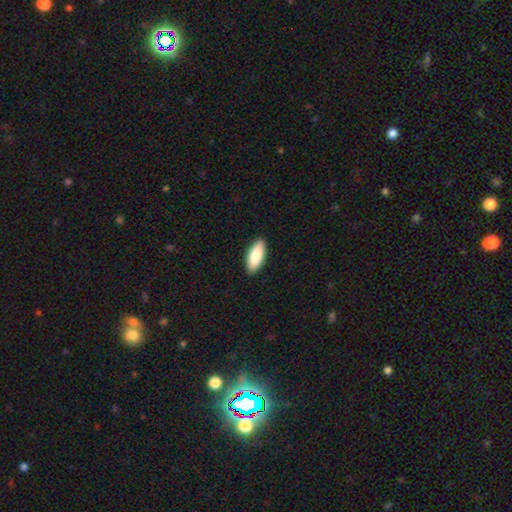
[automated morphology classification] Smooth or featured? Predicted: smooth (p=0.85). How rounded? Predicted: in between (p=0.81). Merging? Predicted: none (p=0.90).